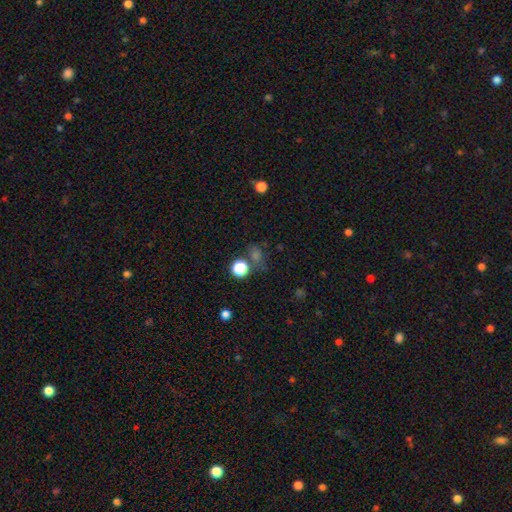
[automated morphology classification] This appears to be a smooth galaxy with no disk features (49%). Merging: none (66%).